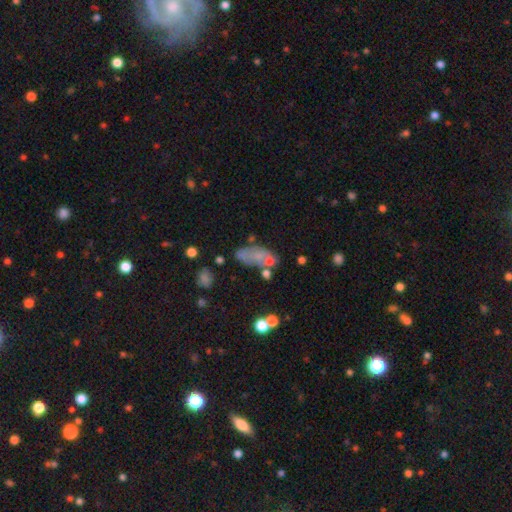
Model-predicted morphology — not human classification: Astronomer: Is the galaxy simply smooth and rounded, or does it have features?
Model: smooth — 54% (runner-up: featured or disk, 33%).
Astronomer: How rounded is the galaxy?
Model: in between — 80%.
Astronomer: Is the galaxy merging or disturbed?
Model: none — 48% (runner-up: minor disturbance, 23%).